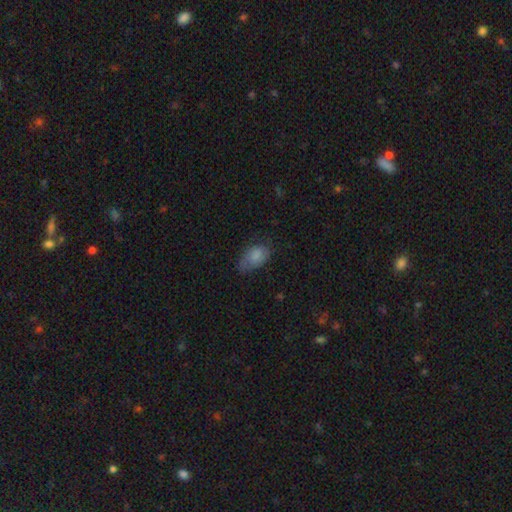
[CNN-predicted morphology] Smooth or featured? Predicted: smooth (p=0.80). How rounded? Predicted: in between (p=0.90). Merging? Predicted: none (p=0.50).